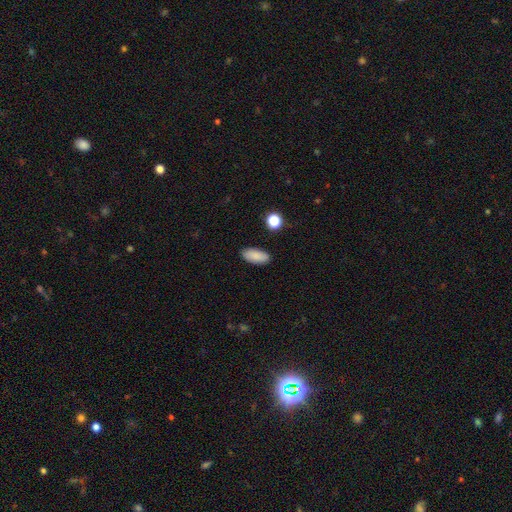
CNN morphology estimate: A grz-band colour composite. It shows a smooth galaxy with no disk features (87%) that is in between round and cigar-shaped (89%). Merging: none (88%).